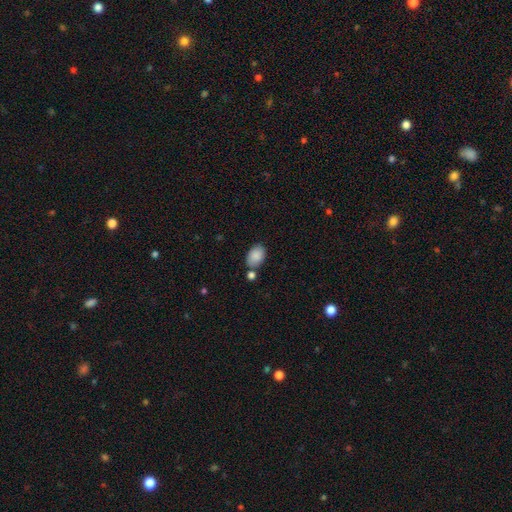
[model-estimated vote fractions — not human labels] smooth_or_featured: smooth (p=0.87) [alt: star or artifact p=0.07]
how_rounded: in between (p=0.87) [alt: round p=0.12]
merging: none (p=0.68) [alt: minor disturbance p=0.15]